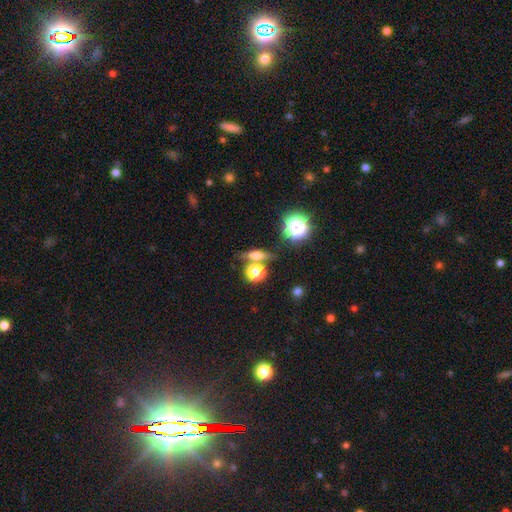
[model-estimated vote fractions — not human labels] smooth-or-featured: smooth: 48% | featured or disk: 33% | star or artifact: 19%
  merging: none: 74% | merger: 12% | minor disturbance: 11% | major disturbance: 4%